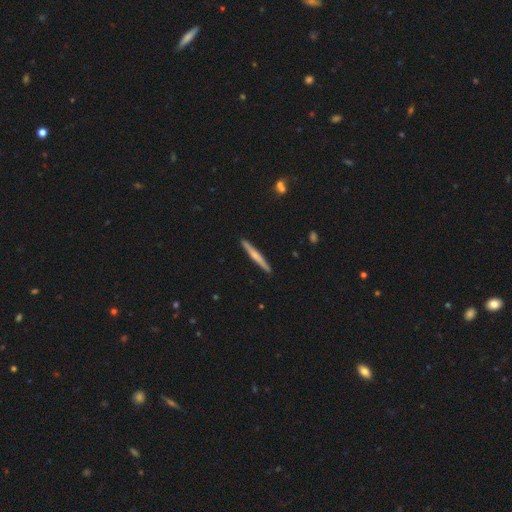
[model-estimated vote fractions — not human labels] smooth 48%, featured or disk 47%, star or artifact 5%. Down the decision tree: merging — none (91%).